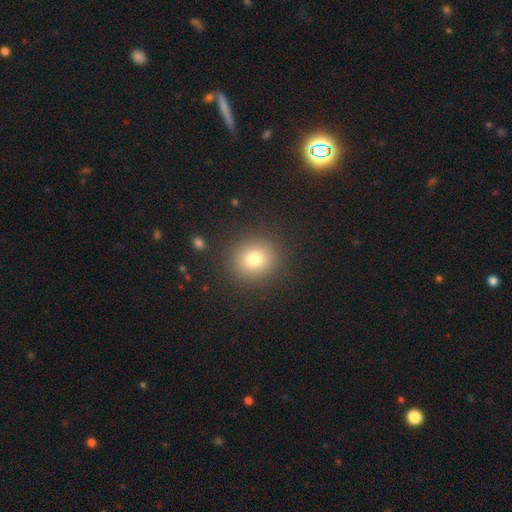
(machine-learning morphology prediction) Q: Smooth or featured?
A: smooth (67%); runner-up: star or artifact (26%)
Q: How rounded?
A: round (88%); runner-up: in between (11%)
Q: Merging?
A: none (92%); runner-up: minor disturbance (5%)